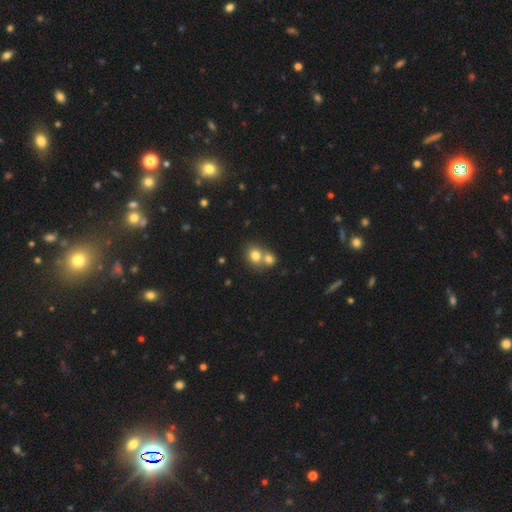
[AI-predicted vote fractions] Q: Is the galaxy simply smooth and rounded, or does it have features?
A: smooth — 78%.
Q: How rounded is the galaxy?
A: round — 73%.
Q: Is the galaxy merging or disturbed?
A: merger — 56%.